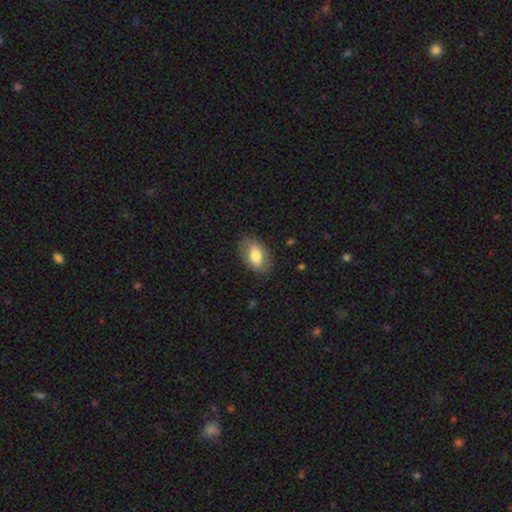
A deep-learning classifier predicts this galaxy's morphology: Smooth or featured?
  - smooth: 68% *
  - featured or disk: 25%
  - star or artifact: 7%
How rounded?
  - in between: 89% *
  - round: 10%
  - cigar-shaped: 2%
Merging?
  - none: 80% *
  - minor disturbance: 14%
  - major disturbance: 4%
  - merger: 1%